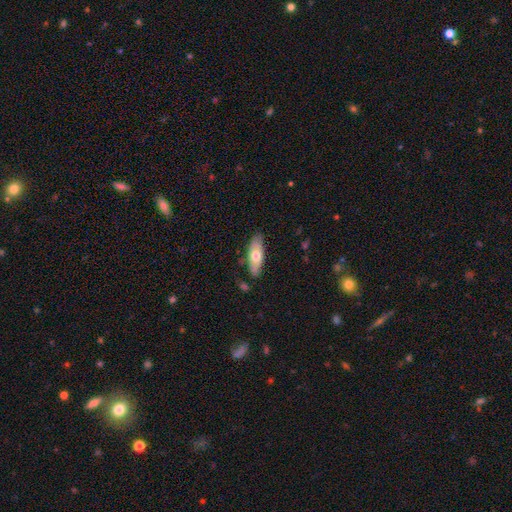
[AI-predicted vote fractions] Smooth or featured: smooth — 62% (featured or disk — 32%)
How rounded: in between — 68% (cigar-shaped — 30%)
Merging: none — 81% (minor disturbance — 14%)